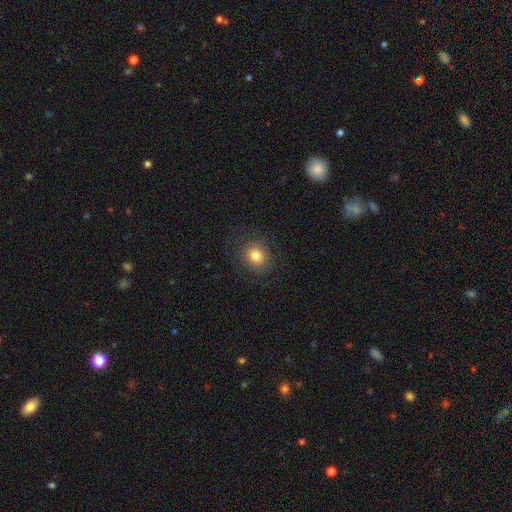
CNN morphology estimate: A smooth galaxy with no disk features (79%) that is round (76%). Merging: none (83%).